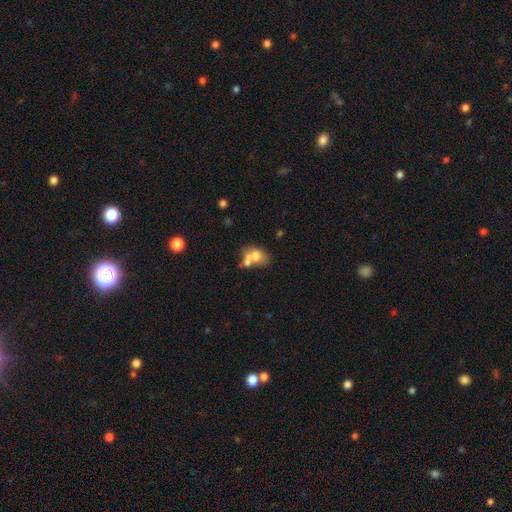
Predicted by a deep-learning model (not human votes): Smooth or featured? smooth (63%)
How rounded? in between (59%)
Merging? merger (55%)